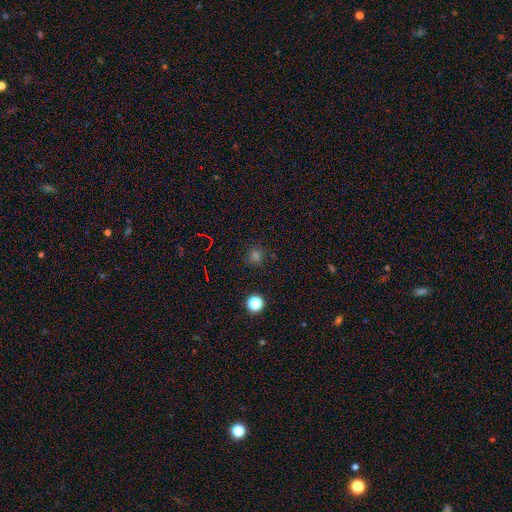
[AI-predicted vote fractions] The model was most divided on "smooth or featured": smooth: 70%, star or artifact: 25%, featured or disk: 5%. More confident: how rounded — round (93%); merging — none (88%).